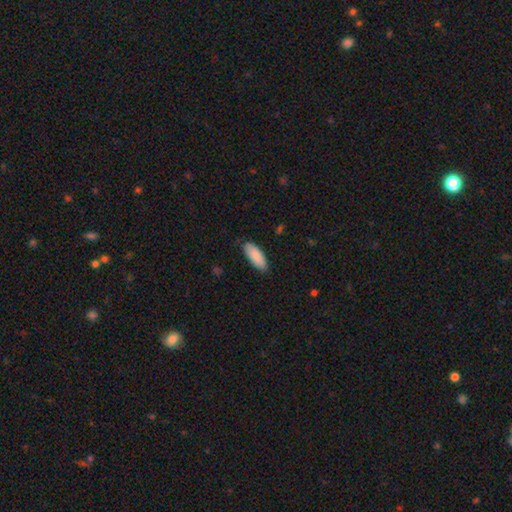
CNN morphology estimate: Smooth or featured: smooth — 88% (featured or disk — 6%)
How rounded: in between — 80% (cigar-shaped — 19%)
Merging: none — 84% (minor disturbance — 13%)